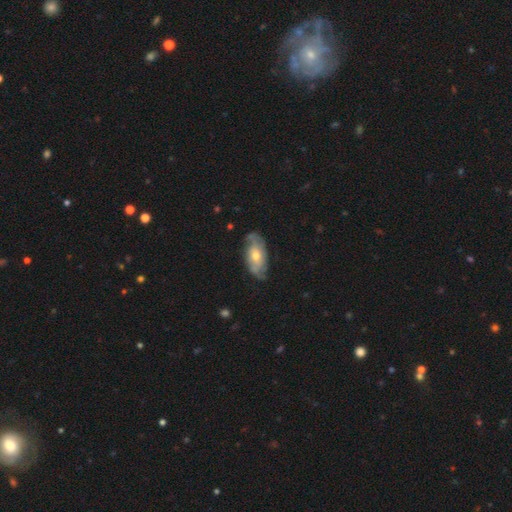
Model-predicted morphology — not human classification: Smooth or featured? Predicted: featured or disk (p=0.66). Edge-on disk? Predicted: no (p=0.89). Bar? Predicted: no (p=0.72). Spiral arms? Predicted: yes (p=0.81). Bulge size? Predicted: moderate (p=0.62). Merging? Predicted: none (p=0.70).